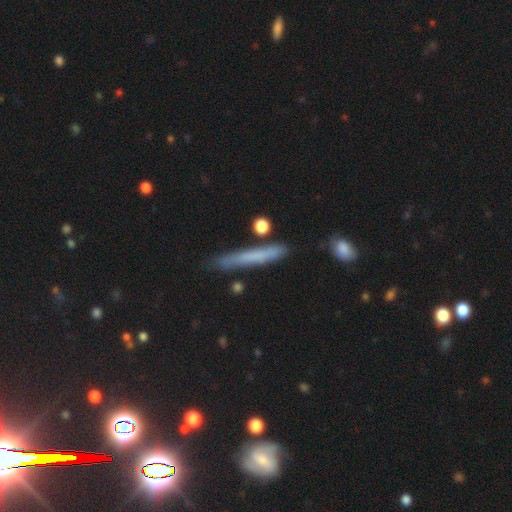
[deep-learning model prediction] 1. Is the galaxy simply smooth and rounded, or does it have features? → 63% smooth, 29% featured or disk, 8% star or artifact.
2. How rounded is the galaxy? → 94% cigar-shaped, 4% in between, 2% round.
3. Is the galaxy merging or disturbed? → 78% none, 15% minor disturbance, 4% merger, 3% major disturbance.